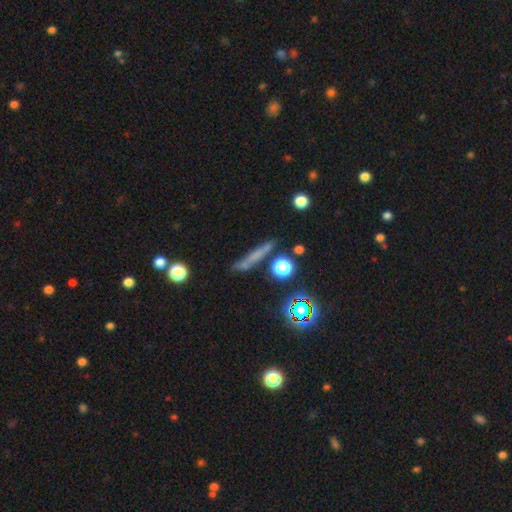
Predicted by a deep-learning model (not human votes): smooth-or-featured: smooth: 55% | featured or disk: 28% | star or artifact: 17%
  how-rounded: cigar-shaped: 85% | round: 8% | in between: 7%
  merging: none: 73% | minor disturbance: 16% | merger: 6% | major disturbance: 5%